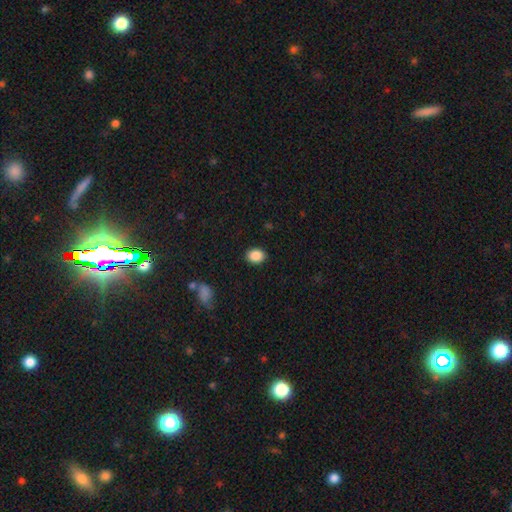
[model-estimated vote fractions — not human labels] Q: Smooth or featured?
A: smooth (88%); runner-up: star or artifact (8%)
Q: How rounded?
A: in between (59%); runner-up: round (40%)
Q: Merging?
A: none (89%); runner-up: minor disturbance (8%)